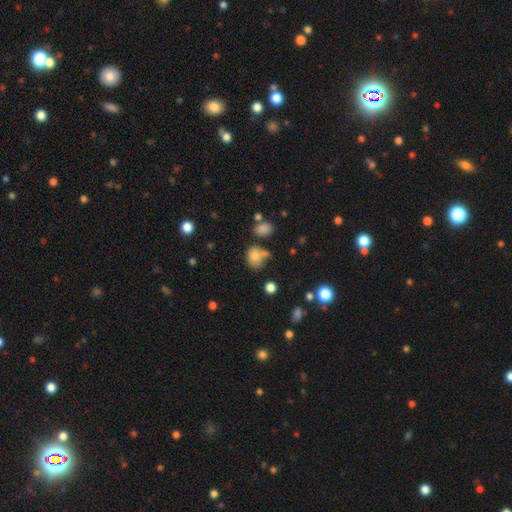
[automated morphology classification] Smooth or featured?
  - smooth: 79% *
  - star or artifact: 12%
  - featured or disk: 9%
How rounded?
  - round: 56% *
  - in between: 43%
  - cigar-shaped: 1%
Merging?
  - none: 51% *
  - minor disturbance: 21%
  - merger: 19%
  - major disturbance: 9%